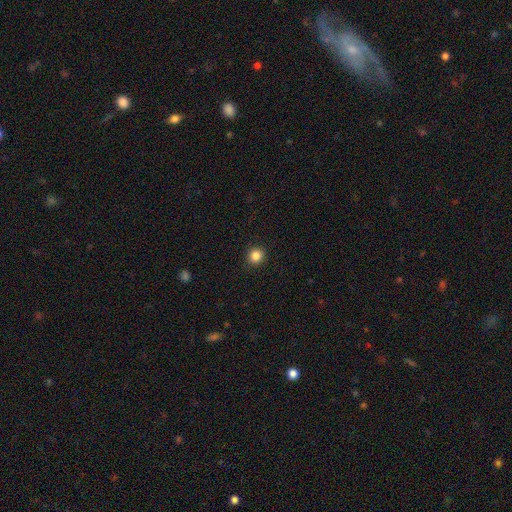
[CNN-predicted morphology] smooth 85%, star or artifact 11%, featured or disk 4%. Down the decision tree: how rounded — round (91%); merging — none (92%).